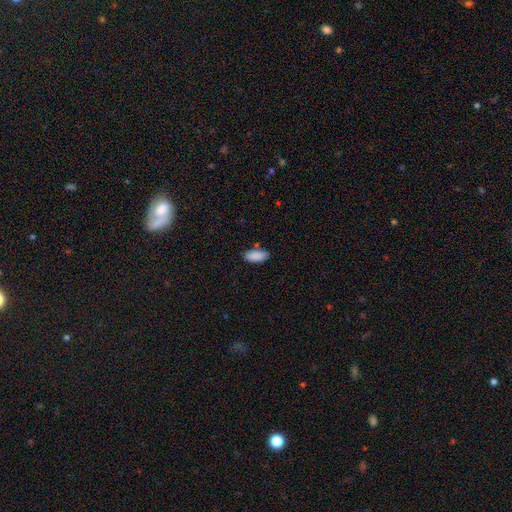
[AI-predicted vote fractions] This is clearly a smooth galaxy (90%). How rounded: clearly in between (88%). Merging: clearly none (83%).